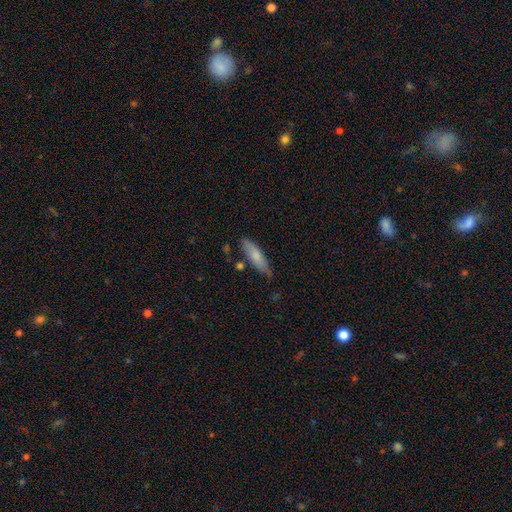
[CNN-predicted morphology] A smooth galaxy with no disk features (74%) that is cigar-shaped (62%). Merging: none (68%).